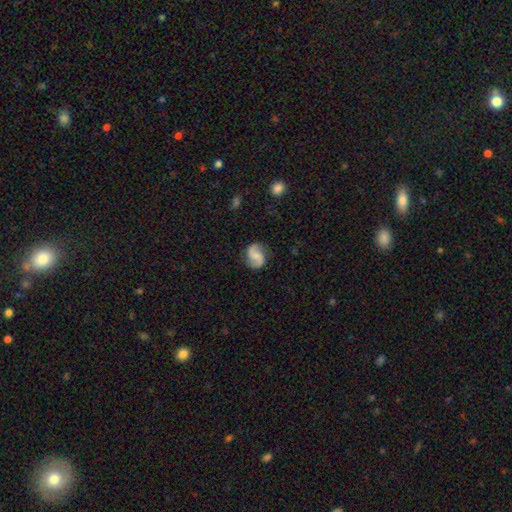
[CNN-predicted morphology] type=featured or disk (78%); edge-on=no (98%); bar=weak (43%, tied with no); spiral arms=yes (96%); winding=loose (50%); arm count=2 (93%); bulge=none (41%); merging=none (82%).